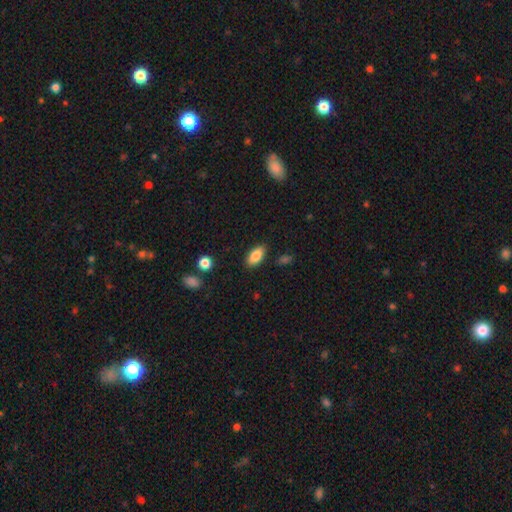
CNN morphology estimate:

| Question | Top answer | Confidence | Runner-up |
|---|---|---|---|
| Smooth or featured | smooth | 84% | featured or disk (8%) |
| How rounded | in between | 91% | cigar-shaped (5%) |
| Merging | none | 86% | minor disturbance (10%) |